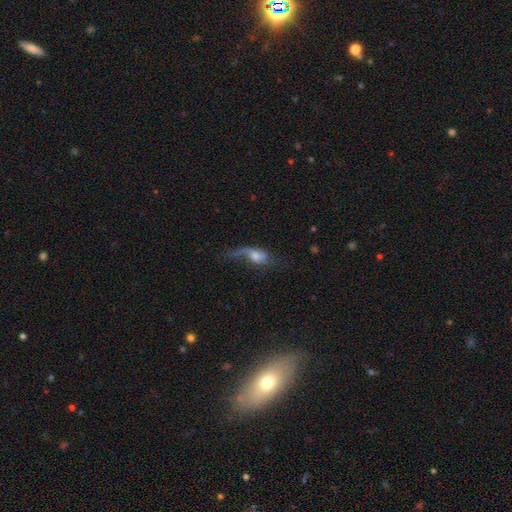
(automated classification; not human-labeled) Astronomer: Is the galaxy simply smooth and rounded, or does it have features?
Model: featured or disk — 57% (runner-up: smooth, 34%).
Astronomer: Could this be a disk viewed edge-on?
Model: no — 86%.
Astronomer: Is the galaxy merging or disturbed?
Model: major disturbance — 42% (runner-up: none, 32%).